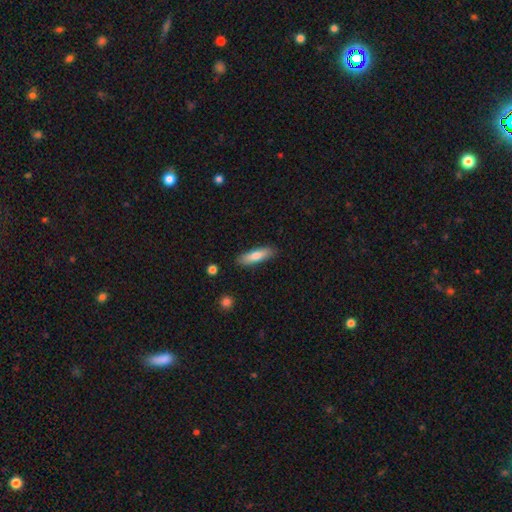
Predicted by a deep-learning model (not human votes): Smooth or featured? smooth (76%)
How rounded? cigar-shaped (63%)
Merging? none (87%)